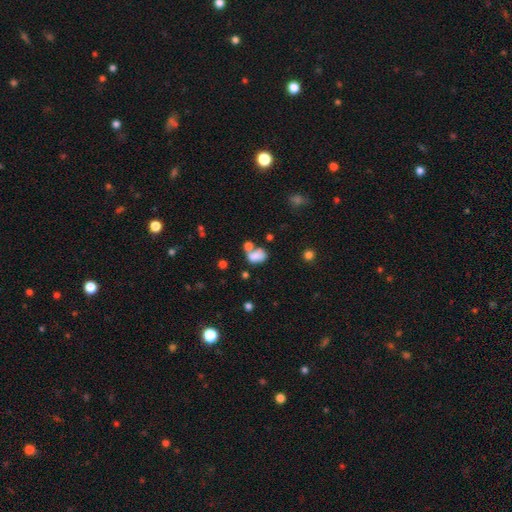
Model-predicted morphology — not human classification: Overall: smooth (73%). How rounded: in between (76%). Merging: merger (43%; none 30%).